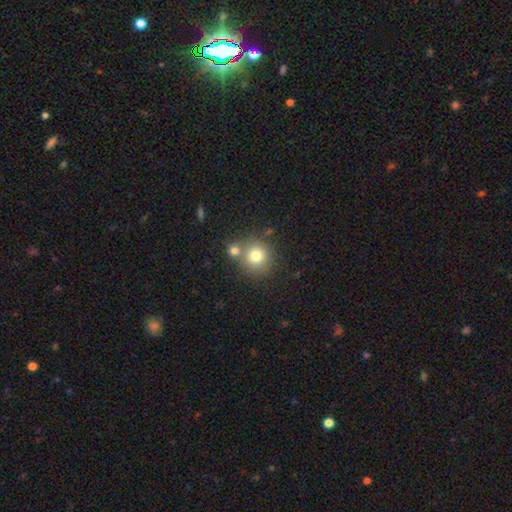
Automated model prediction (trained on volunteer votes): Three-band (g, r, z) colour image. It shows a smooth galaxy with no disk features (76%) that is round (90%). Merging: none (63%).